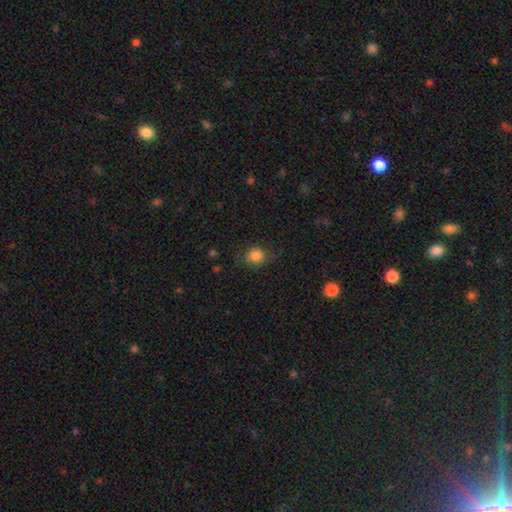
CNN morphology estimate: Smooth or featured?
  - smooth: 84% *
  - star or artifact: 11%
  - featured or disk: 5%
How rounded?
  - round: 83% *
  - in between: 16%
  - cigar-shaped: 1%
Merging?
  - none: 80% *
  - minor disturbance: 14%
  - major disturbance: 4%
  - merger: 1%